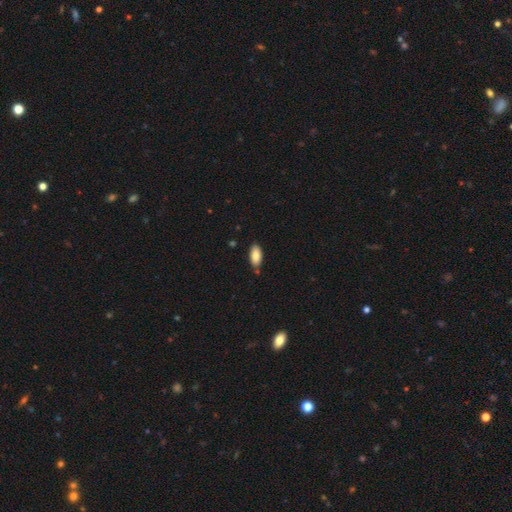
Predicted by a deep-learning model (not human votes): A smooth galaxy with no disk features (84%) that is in between round and cigar-shaped (91%).

Vote fractions:
- Smooth or featured? smooth: 84% / featured or disk: 9% / star or artifact: 7%
- How rounded? in between: 91% / cigar-shaped: 7% / round: 2%
- Merging? none: 81% / minor disturbance: 13% / merger: 3% / major disturbance: 2%